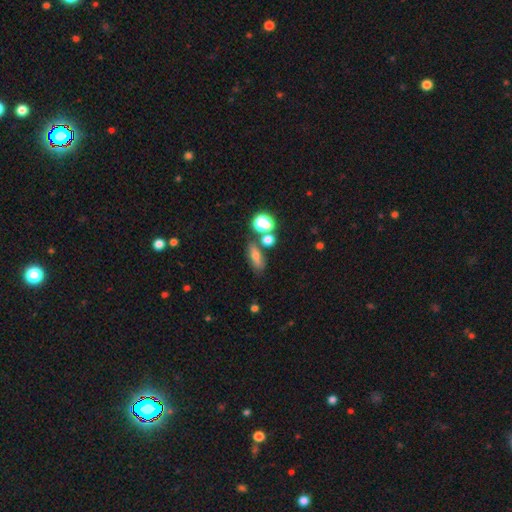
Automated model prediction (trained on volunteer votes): A smooth galaxy with no disk features (58%) that is in between round and cigar-shaped (51%).

Vote fractions:
- Smooth or featured? smooth: 58% / featured or disk: 24% / star or artifact: 18%
- How rounded? in between: 51% / cigar-shaped: 27% / round: 22%
- Merging? none: 64% / merger: 17% / minor disturbance: 14% / major disturbance: 6%